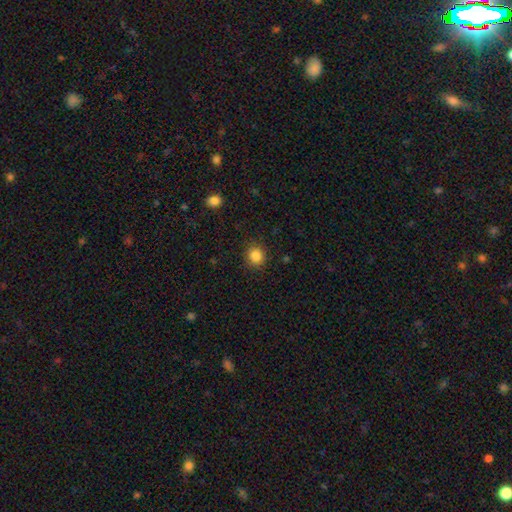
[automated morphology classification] smooth 86%, star or artifact 11%, featured or disk 4%. Down the decision tree: how rounded — round (86%); merging — none (89%).